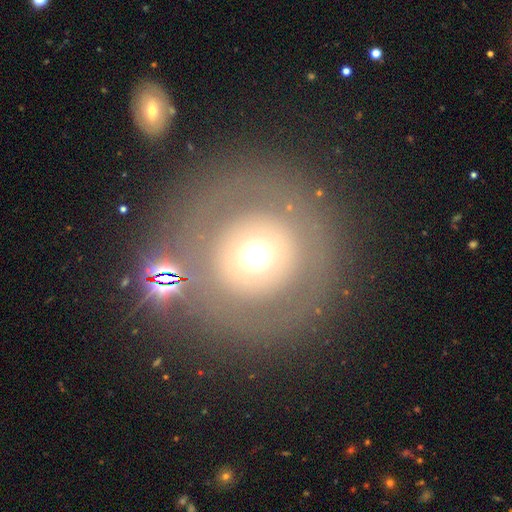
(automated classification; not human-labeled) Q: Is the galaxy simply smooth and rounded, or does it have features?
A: smooth — 55%.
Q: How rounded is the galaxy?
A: round — 93%.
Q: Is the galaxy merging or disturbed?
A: none — 80%.